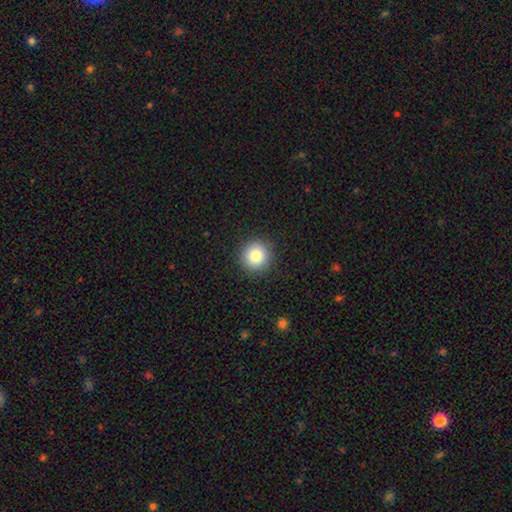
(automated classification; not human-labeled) This is clearly a smooth galaxy (83%). How rounded: clearly round (94%). Merging: clearly none (91%).